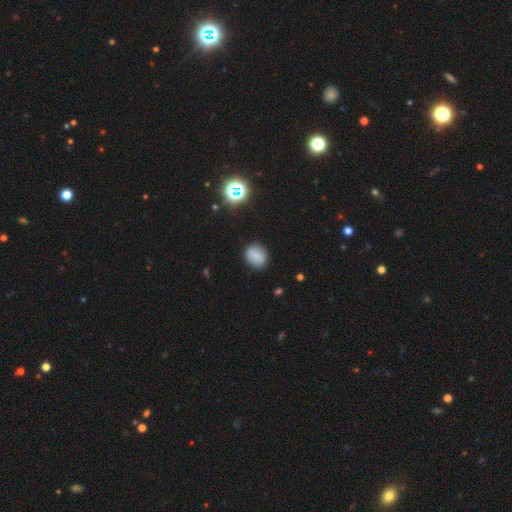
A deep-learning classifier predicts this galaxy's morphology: Overall: smooth (79%). How rounded: round (56%; in between 43%). Merging: none (85%).